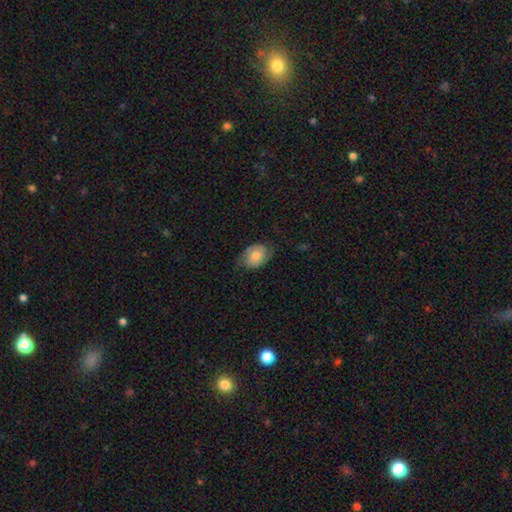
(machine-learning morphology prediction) Smooth or featured?
  - smooth: 56% *
  - featured or disk: 36%
  - star or artifact: 8%
How rounded?
  - in between: 76% *
  - round: 23%
  - cigar-shaped: 1%
Merging?
  - none: 61% *
  - minor disturbance: 27%
  - major disturbance: 12%
  - merger: 1%